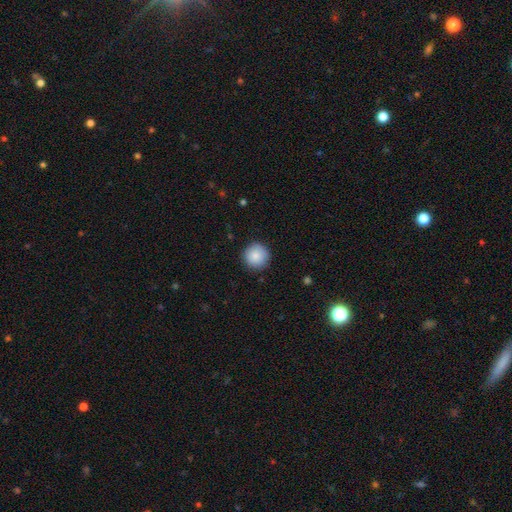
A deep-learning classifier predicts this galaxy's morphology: smooth-or-featured: smooth: 87% | star or artifact: 8% | featured or disk: 5%
  how-rounded: round: 95% | in between: 4% | cigar-shaped: 1%
  merging: none: 89% | minor disturbance: 8% | major disturbance: 2% | merger: 1%